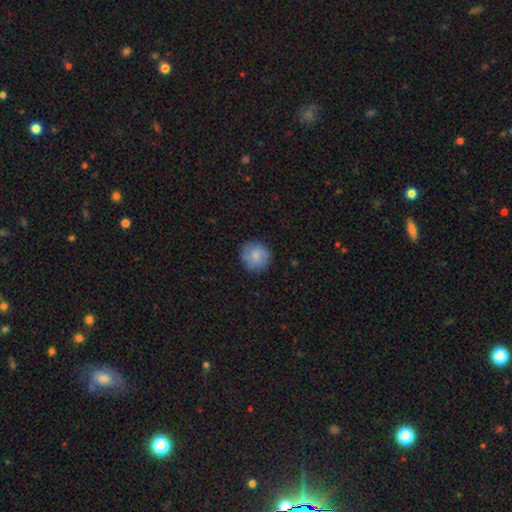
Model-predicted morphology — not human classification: smooth_or_featured: smooth (p=0.71) [alt: featured or disk p=0.21]
how_rounded: round (p=0.92) [alt: in between p=0.07]
merging: none (p=0.82) [alt: minor disturbance p=0.13]